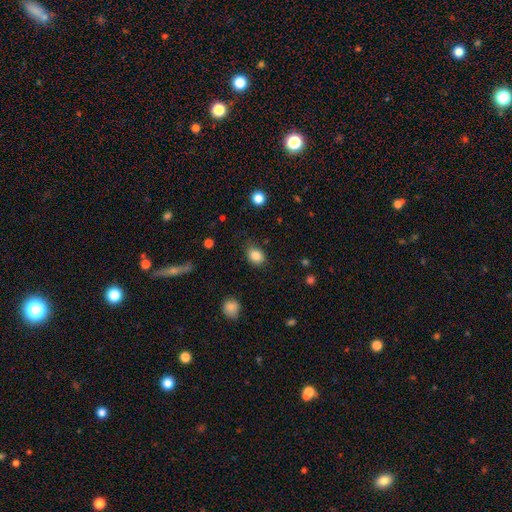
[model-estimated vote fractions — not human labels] smooth 85%, star or artifact 9%, featured or disk 6%. Down the decision tree: how rounded — in between (65%); merging — none (77%).